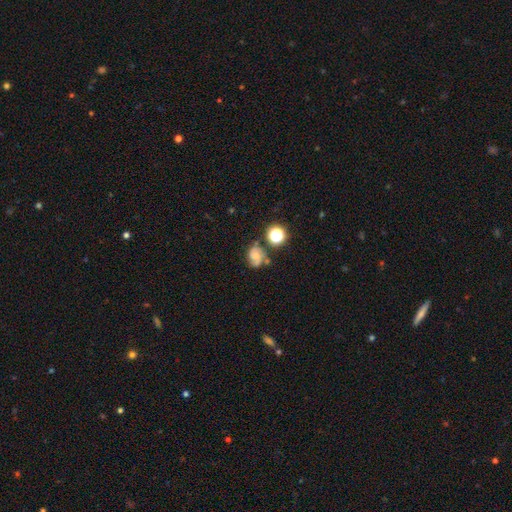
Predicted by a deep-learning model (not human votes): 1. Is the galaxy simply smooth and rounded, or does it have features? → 46% featured or disk, 37% smooth, 16% star or artifact.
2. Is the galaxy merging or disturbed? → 55% none, 22% minor disturbance, 13% merger, 10% major disturbance.